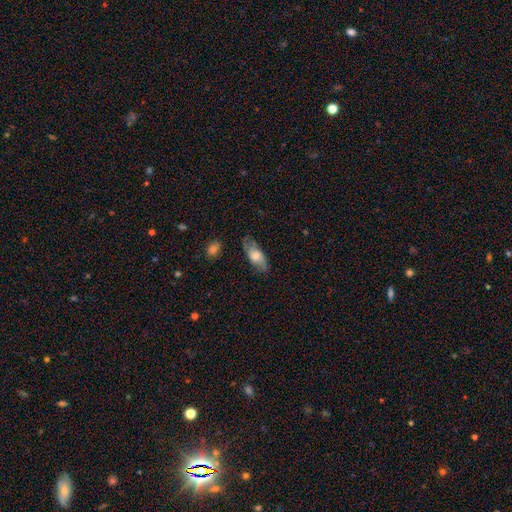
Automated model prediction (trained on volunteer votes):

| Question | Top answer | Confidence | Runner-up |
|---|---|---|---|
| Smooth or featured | smooth | 65% | featured or disk (29%) |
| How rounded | in between | 82% | cigar-shaped (15%) |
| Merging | none | 71% | minor disturbance (22%) |